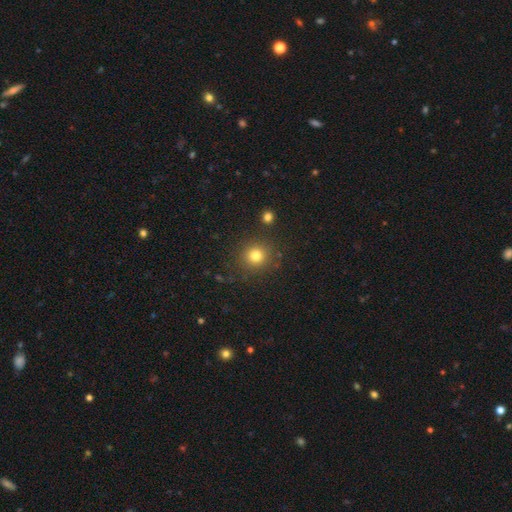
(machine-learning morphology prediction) The model was most divided on "smooth or featured": smooth: 79%, star or artifact: 14%, featured or disk: 7%. More confident: how rounded — round (91%); merging — none (86%).